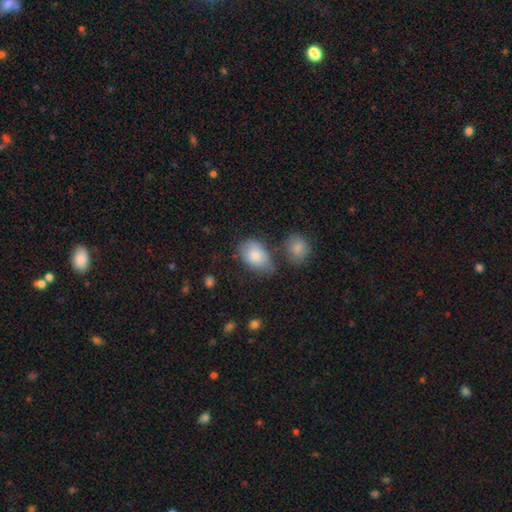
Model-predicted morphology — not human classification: Smooth or featured? smooth (80%)
How rounded? in between (85%)
Merging? none (47%)